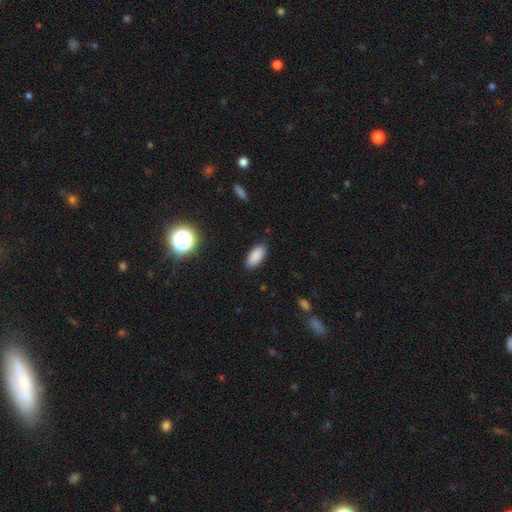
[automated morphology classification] This appears to be a smooth galaxy with no disk features (87%) that is in between round and cigar-shaped (91%). Merging: none (88%).